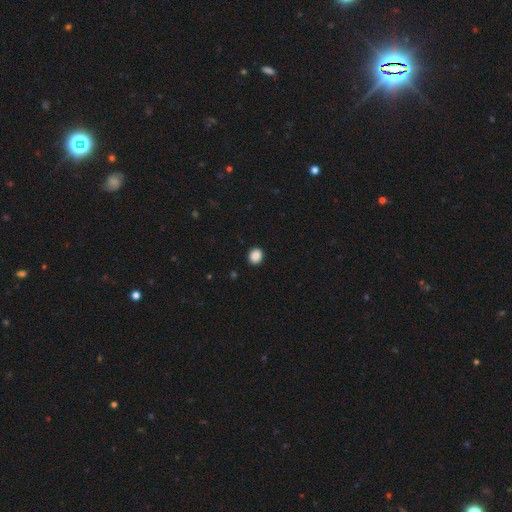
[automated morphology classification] Overall: smooth (89%). How rounded: round (75%). Merging: none (92%).